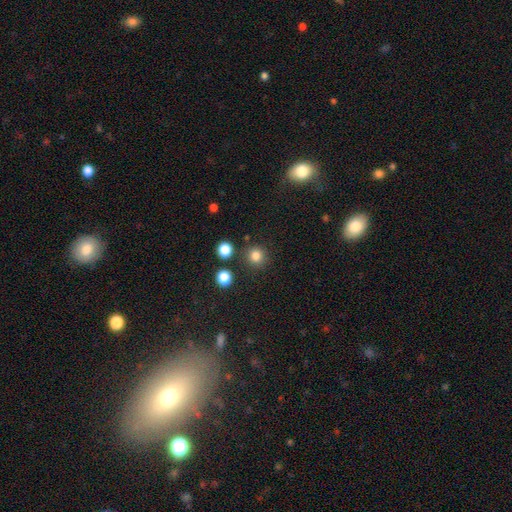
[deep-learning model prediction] Smooth or featured?
  - smooth: 82% *
  - star or artifact: 13%
  - featured or disk: 5%
How rounded?
  - round: 93% *
  - in between: 6%
  - cigar-shaped: 1%
Merging?
  - none: 87% *
  - minor disturbance: 7%
  - merger: 4%
  - major disturbance: 2%